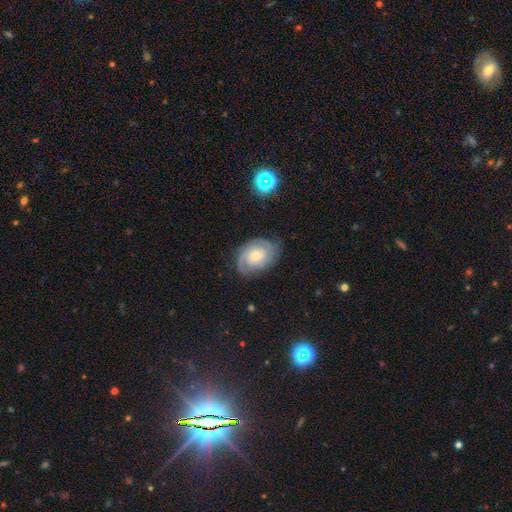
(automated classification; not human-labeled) Q: Smooth or featured?
A: featured or disk (79%); runner-up: smooth (15%)
Q: Edge-on disk?
A: no (97%); runner-up: yes (3%)
Q: Bar?
A: no (69%); runner-up: weak (27%)
Q: Spiral arms?
A: yes (95%); runner-up: no (5%)
Q: Spiral winding?
A: tight (65%); runner-up: medium (29%)
Q: Spiral arm count?
A: 2 (44%); runner-up: can't tell (25%)
Q: Bulge size?
A: moderate (53%); runner-up: small (38%)
Q: Merging?
A: none (75%); runner-up: minor disturbance (18%)